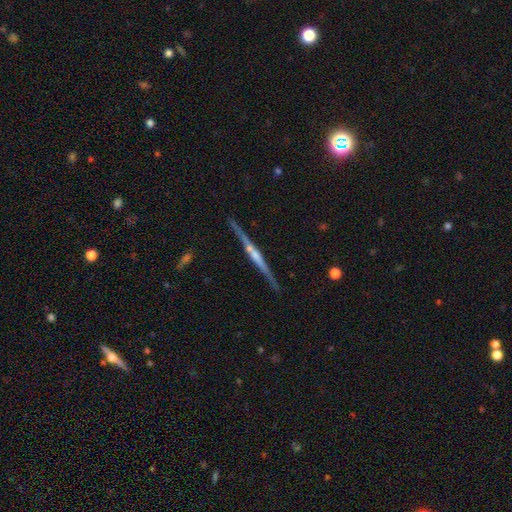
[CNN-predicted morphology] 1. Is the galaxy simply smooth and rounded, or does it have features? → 80% featured or disk, 14% smooth, 6% star or artifact.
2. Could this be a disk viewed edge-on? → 98% yes, 2% no.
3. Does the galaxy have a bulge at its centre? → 56% rounded, 27% none, 17% boxy.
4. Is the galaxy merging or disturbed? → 86% none, 9% minor disturbance, 3% merger, 2% major disturbance.